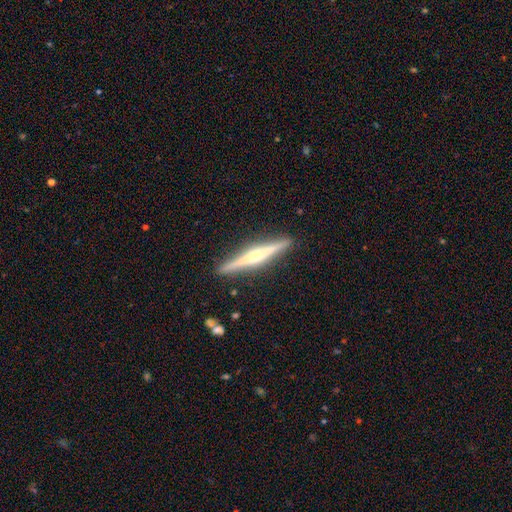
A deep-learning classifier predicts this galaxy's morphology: type=featured or disk (75%); edge-on=yes (98%); edge-on bulge=rounded (78%); merging=none (92%).